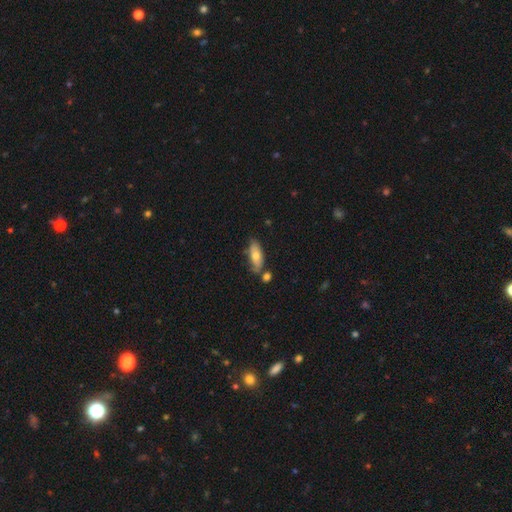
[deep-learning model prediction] smooth_or_featured: smooth (p=0.67) [alt: featured or disk p=0.27]
how_rounded: in between (p=0.74) [alt: cigar-shaped p=0.23]
merging: none (p=0.64) [alt: minor disturbance p=0.19]